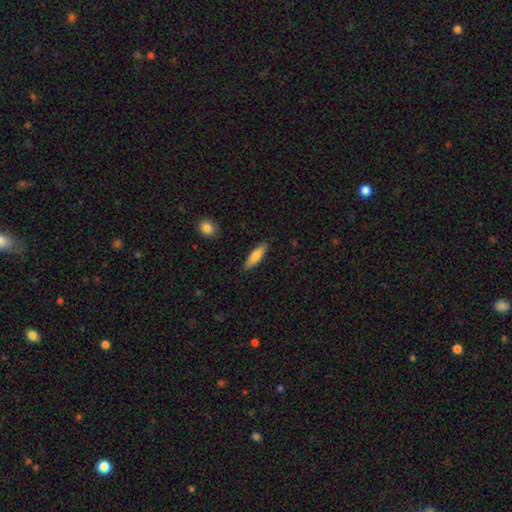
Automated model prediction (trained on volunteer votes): This is likely a smooth galaxy (76%). How rounded: likely cigar-shaped (63%). Merging: clearly none (87%).